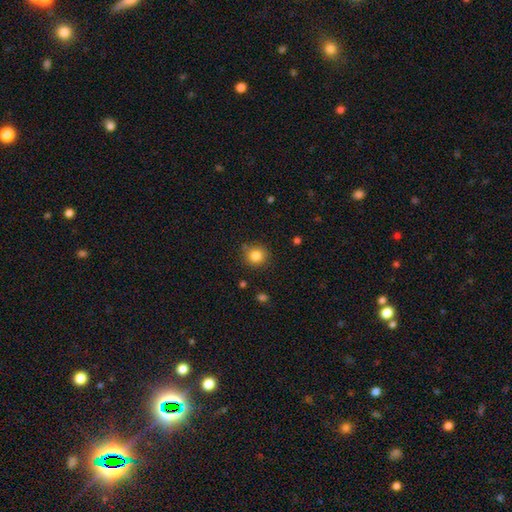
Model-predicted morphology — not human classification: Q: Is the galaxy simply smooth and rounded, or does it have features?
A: smooth — 83%.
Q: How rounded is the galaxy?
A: round — 90%.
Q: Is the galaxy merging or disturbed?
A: none — 83%.